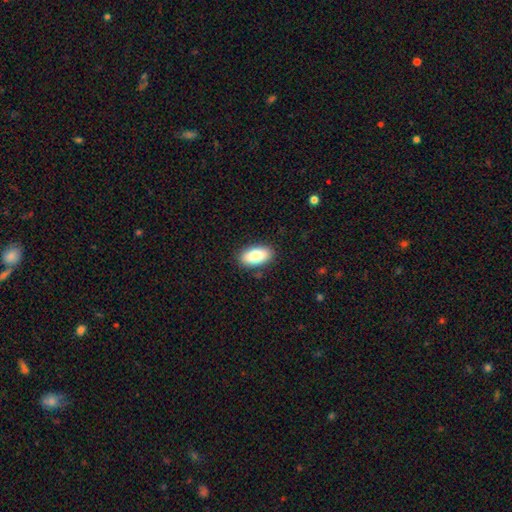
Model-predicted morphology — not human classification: This is likely a smooth galaxy (80%). How rounded: clearly in between (92%). Merging: clearly none (87%).